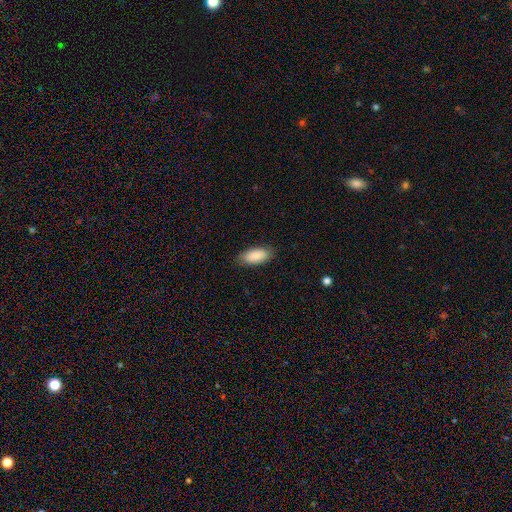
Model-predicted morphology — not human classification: Smooth or featured?
  - smooth: 89% *
  - star or artifact: 6%
  - featured or disk: 5%
How rounded?
  - in between: 90% *
  - cigar-shaped: 8%
  - round: 2%
Merging?
  - none: 86% *
  - minor disturbance: 11%
  - major disturbance: 2%
  - merger: 1%